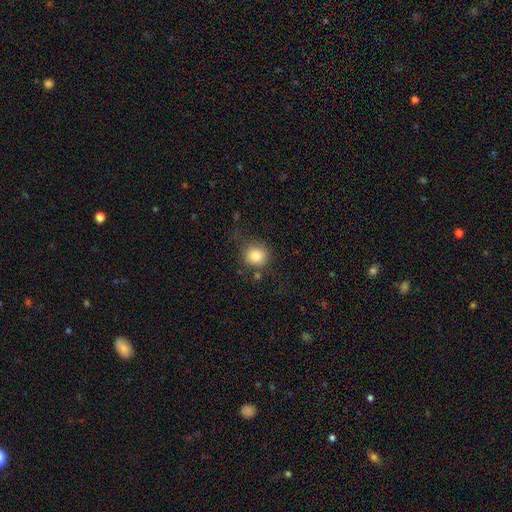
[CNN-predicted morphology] Smooth or featured? Predicted: smooth (p=0.83). How rounded? Predicted: round (p=0.87). Merging? Predicted: none (p=0.73).